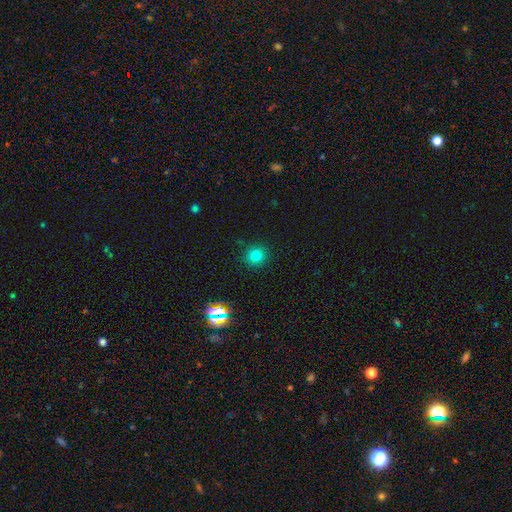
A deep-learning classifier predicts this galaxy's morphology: The model was most divided on "smooth or featured": smooth: 76%, star or artifact: 18%, featured or disk: 6%. More confident: how rounded — round (91%); merging — none (89%).